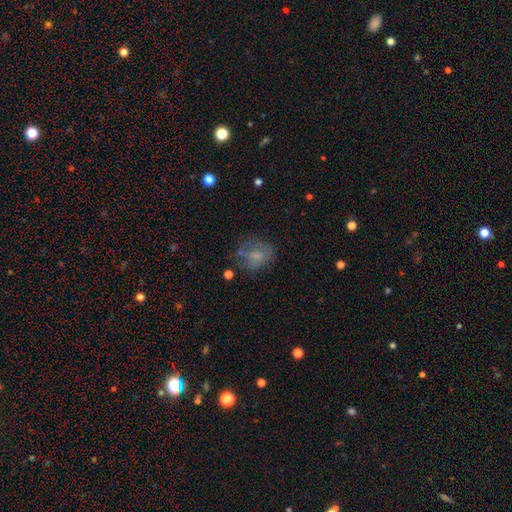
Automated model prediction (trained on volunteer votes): smooth_or_featured: smooth (p=0.61) [alt: featured or disk p=0.27]
how_rounded: round (p=0.56) [alt: in between p=0.43]
merging: none (p=0.51) [alt: minor disturbance p=0.25]